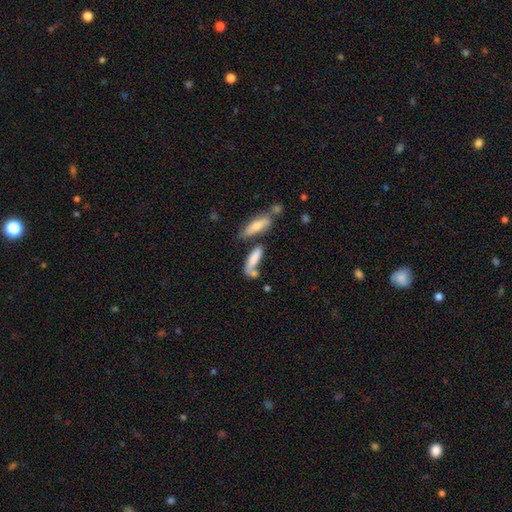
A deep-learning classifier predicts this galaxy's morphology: This appears to be a smooth galaxy with no disk features (61%) that is cigar-shaped (48%, tied with in between). Merging: none (38%).